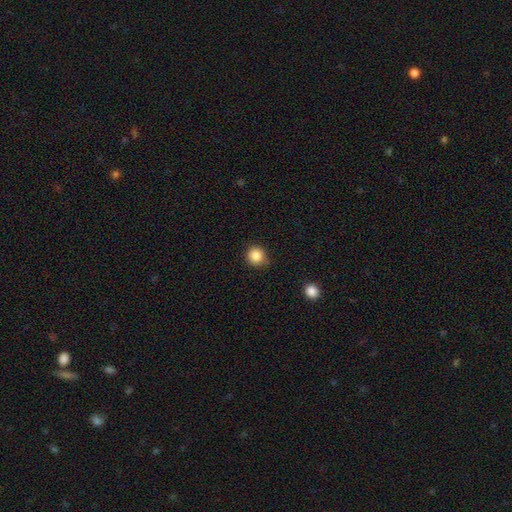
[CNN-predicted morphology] This appears to be a smooth galaxy with no disk features (86%) that is round (93%). Merging: none (83%).